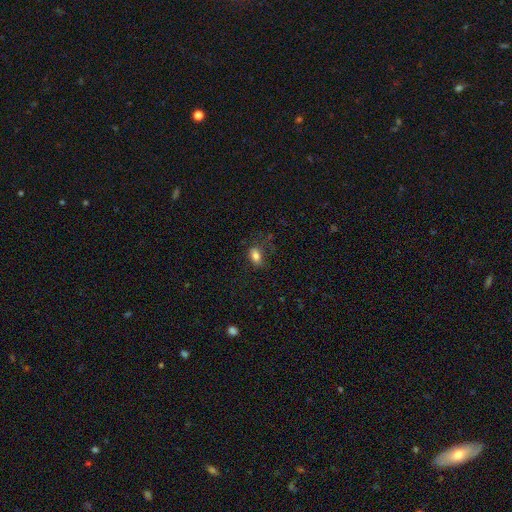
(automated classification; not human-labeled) Overall: smooth (82%). How rounded: in between (86%). Merging: none (69%).